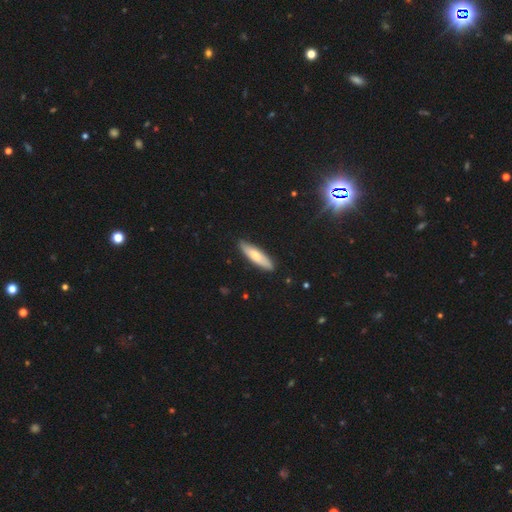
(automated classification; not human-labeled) Overall: smooth (63%; featured or disk 32%). How rounded: cigar-shaped (68%; in between 31%). Merging: none (87%).